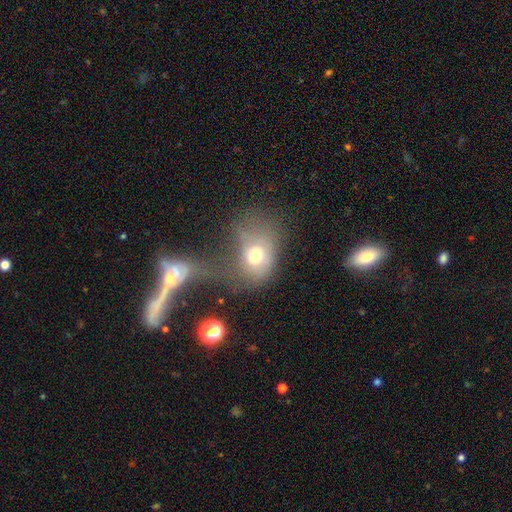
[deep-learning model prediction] A smooth galaxy with no disk features (63%) that is in between round and cigar-shaped (59%). Merging: merger (39%).